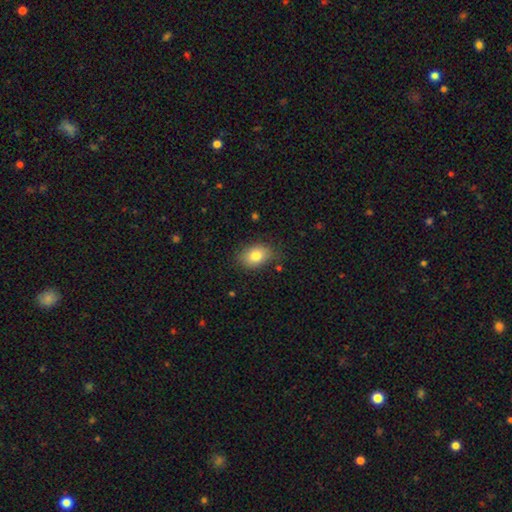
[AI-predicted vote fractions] smooth-or-featured: smooth: 82% | featured or disk: 10% | star or artifact: 8%
  how-rounded: in between: 78% | round: 21% | cigar-shaped: 1%
  merging: none: 78% | minor disturbance: 17% | major disturbance: 4% | merger: 2%